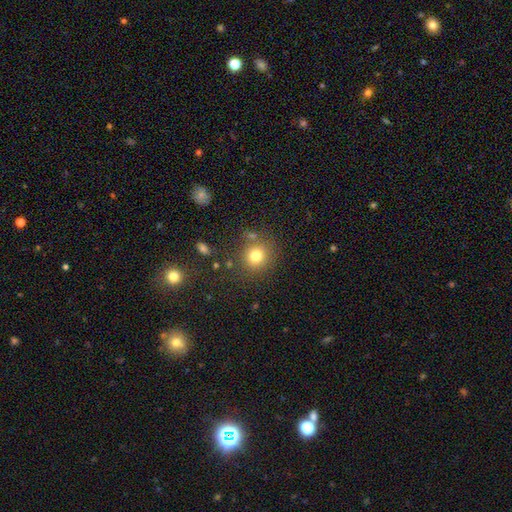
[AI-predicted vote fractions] smooth_or_featured: smooth (p=0.78) [alt: star or artifact p=0.13]
how_rounded: round (p=0.86) [alt: in between p=0.13]
merging: none (p=0.77) [alt: minor disturbance p=0.11]